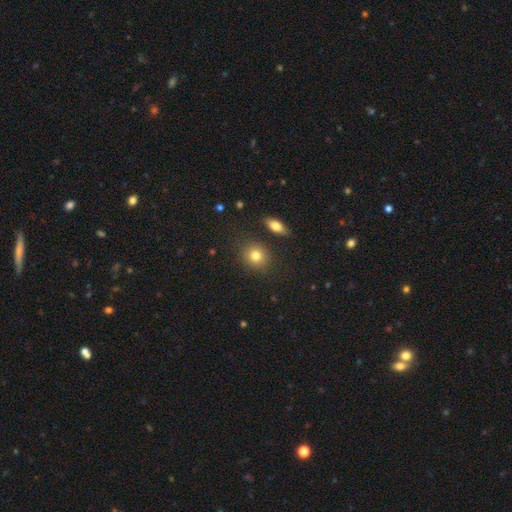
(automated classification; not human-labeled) Smooth or featured? smooth (80%)
How rounded? round (74%)
Merging? none (83%)